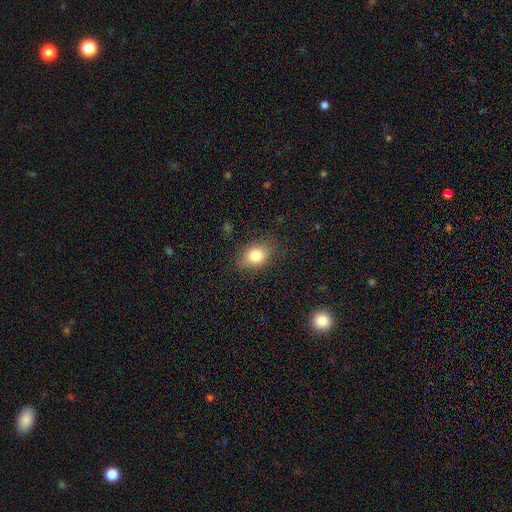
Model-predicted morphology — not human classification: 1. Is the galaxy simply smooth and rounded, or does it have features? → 81% smooth, 10% featured or disk, 9% star or artifact.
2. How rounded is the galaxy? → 72% in between, 27% round, 1% cigar-shaped.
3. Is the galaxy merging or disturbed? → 79% none, 15% minor disturbance, 4% major disturbance, 1% merger.